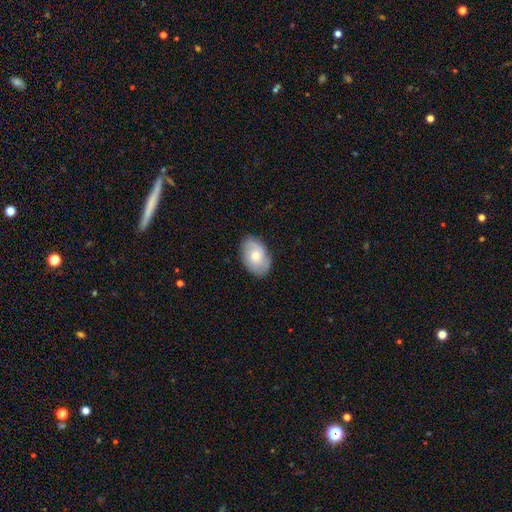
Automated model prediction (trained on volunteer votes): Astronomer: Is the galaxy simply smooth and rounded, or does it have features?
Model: smooth — 58% (runner-up: featured or disk, 36%).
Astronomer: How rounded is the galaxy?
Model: in between — 88%.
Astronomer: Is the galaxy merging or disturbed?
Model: none — 82%.